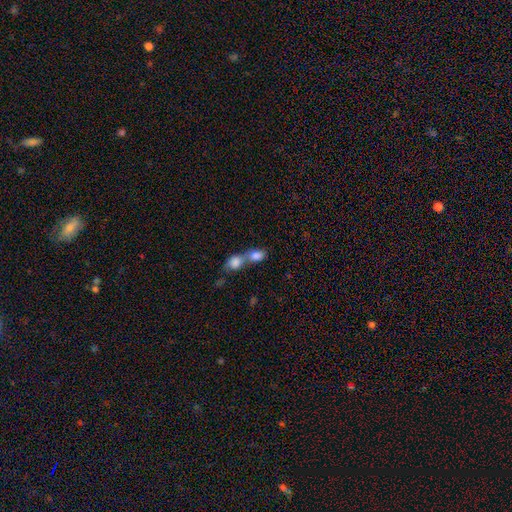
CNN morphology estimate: type=smooth (81%); roundness=in between (75%); merging=merger (77%).